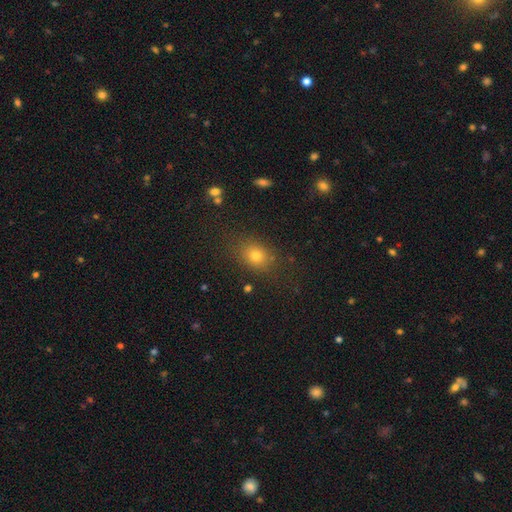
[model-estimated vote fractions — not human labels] Smooth or featured? Predicted: smooth (p=0.75). How rounded? Predicted: round (p=0.49, tied with in between). Merging? Predicted: none (p=0.81).